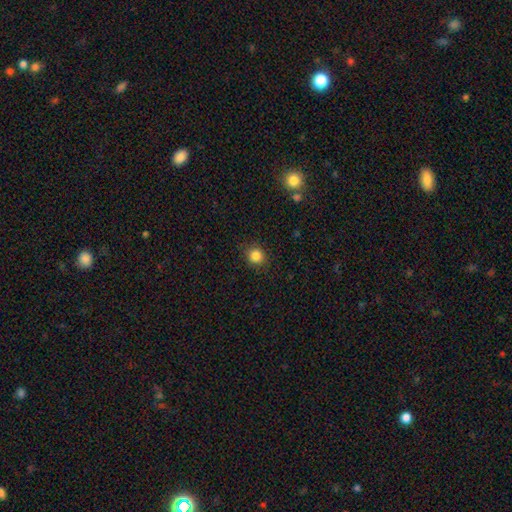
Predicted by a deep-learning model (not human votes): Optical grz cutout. It shows a smooth galaxy with no disk features (85%) that is round (87%). Merging: none (88%).